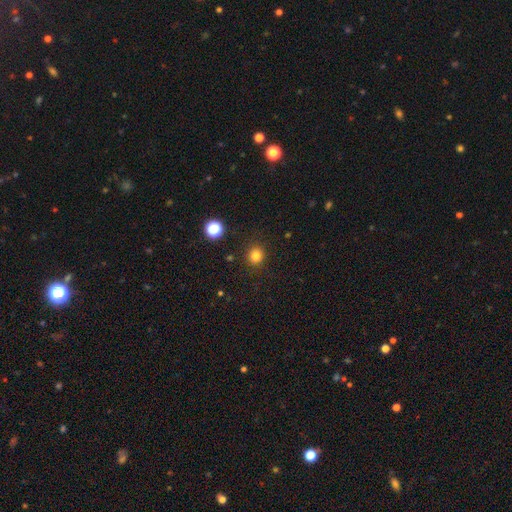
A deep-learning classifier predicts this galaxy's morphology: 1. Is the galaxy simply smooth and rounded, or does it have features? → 81% smooth, 14% star or artifact, 5% featured or disk.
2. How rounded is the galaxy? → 89% round, 10% in between, 1% cigar-shaped.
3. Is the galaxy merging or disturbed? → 90% none, 7% minor disturbance, 2% major disturbance, 1% merger.